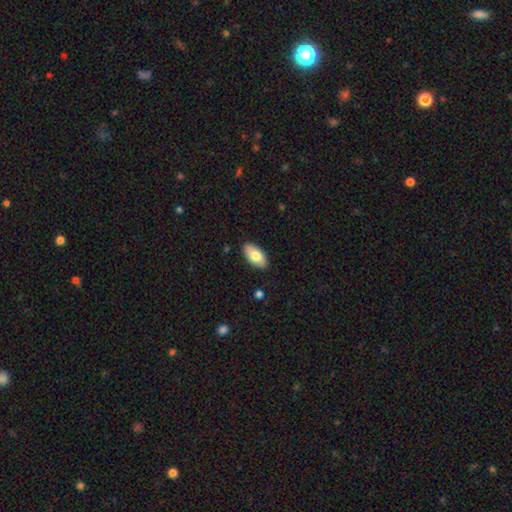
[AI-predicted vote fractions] Smooth or featured? Predicted: smooth (p=0.79). How rounded? Predicted: in between (p=0.94). Merging? Predicted: none (p=0.87).